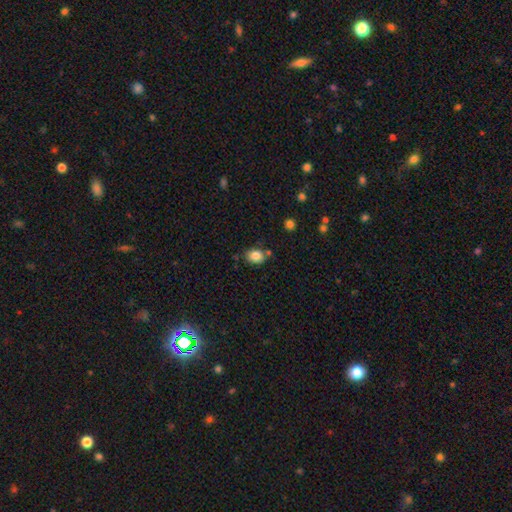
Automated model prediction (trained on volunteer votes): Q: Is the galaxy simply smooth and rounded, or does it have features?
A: smooth — 84%.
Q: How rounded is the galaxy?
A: in between — 58%.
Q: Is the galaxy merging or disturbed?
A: none — 72%.